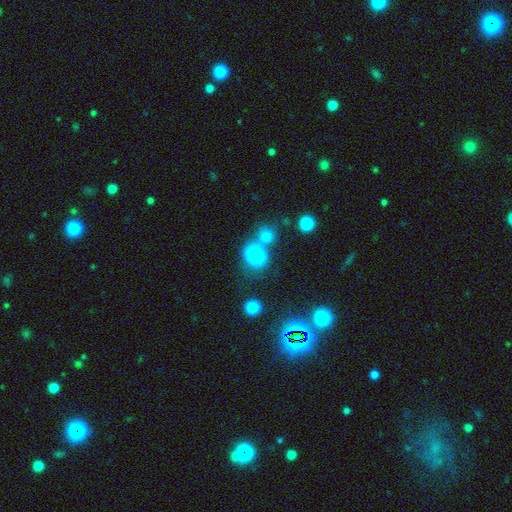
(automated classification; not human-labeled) Smooth or featured: smooth — 79% (star or artifact — 13%)
How rounded: round — 64% (in between — 35%)
Merging: none — 44% (merger — 33%)